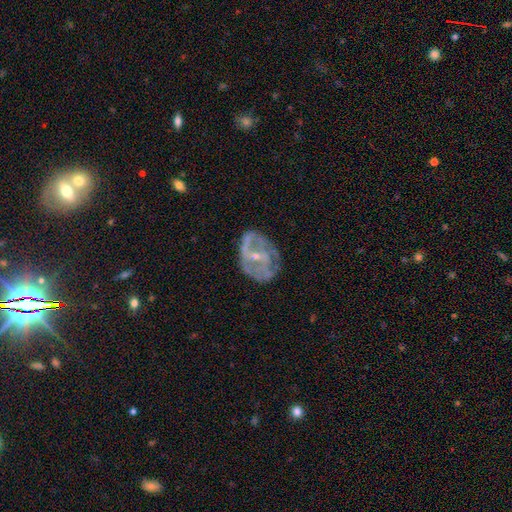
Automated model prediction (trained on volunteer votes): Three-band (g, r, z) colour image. It shows a featured or disk galaxy (75%) with no bar (42%), spiral arms (63%) and a small central bulge (67%). Merging: none (56%).